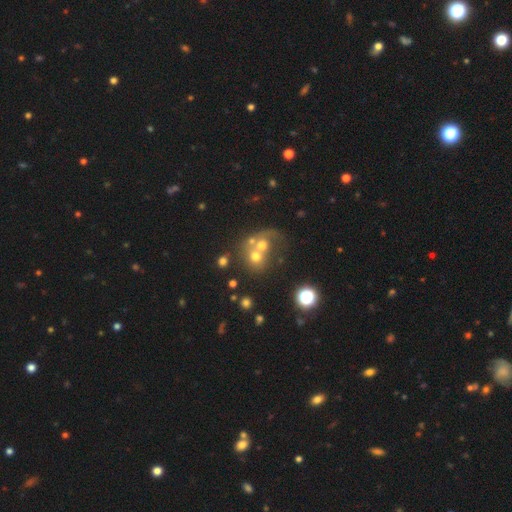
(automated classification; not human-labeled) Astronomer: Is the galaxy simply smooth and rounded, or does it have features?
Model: smooth — 43% (runner-up: featured or disk, 36%).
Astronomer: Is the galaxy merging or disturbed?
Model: merger — 65%.